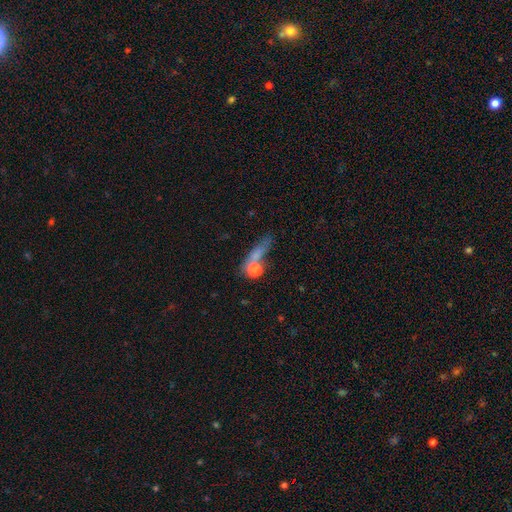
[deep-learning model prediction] Smooth or featured? smooth (59%)
How rounded? cigar-shaped (41%)
Merging? none (46%)